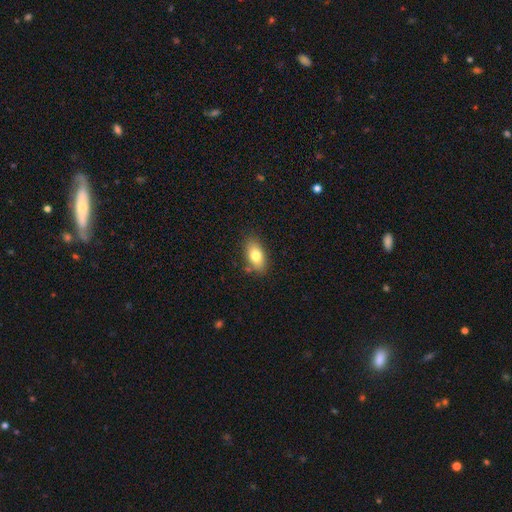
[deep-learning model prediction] The model was most divided on "smooth or featured": smooth: 77%, featured or disk: 15%, star or artifact: 8%. More confident: how rounded — in between (88%); merging — none (80%).